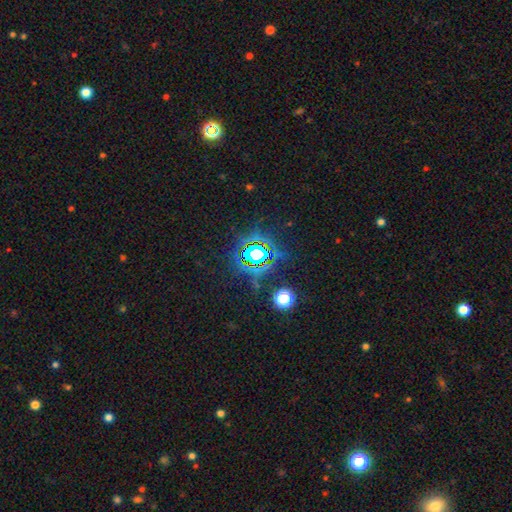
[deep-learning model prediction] Smooth or featured? star or artifact (76%)